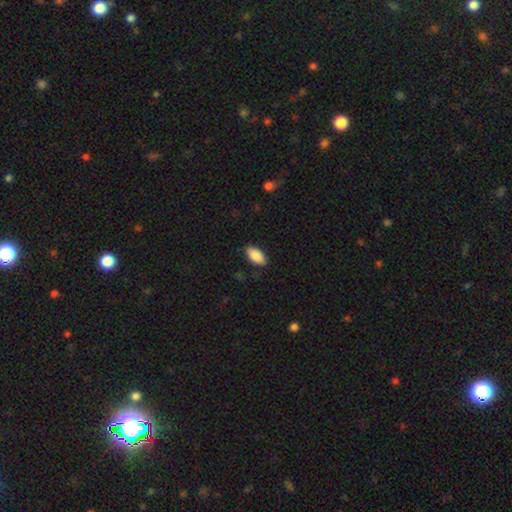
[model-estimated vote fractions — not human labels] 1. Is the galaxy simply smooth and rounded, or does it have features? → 89% smooth, 6% star or artifact, 5% featured or disk.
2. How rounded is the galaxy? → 93% in between, 4% cigar-shaped, 2% round.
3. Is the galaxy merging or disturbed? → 84% none, 12% minor disturbance, 3% major disturbance, 1% merger.